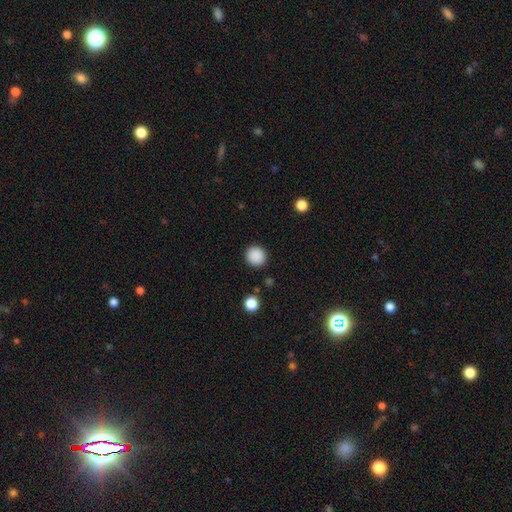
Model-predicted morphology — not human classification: Smooth or featured? smooth (88%)
How rounded? round (93%)
Merging? none (91%)